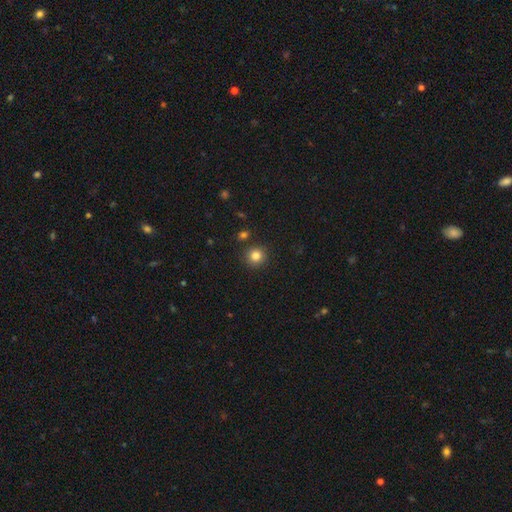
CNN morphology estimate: The model was most divided on "smooth or featured": smooth: 83%, star or artifact: 12%, featured or disk: 6%. More confident: how rounded — round (94%); merging — none (88%).